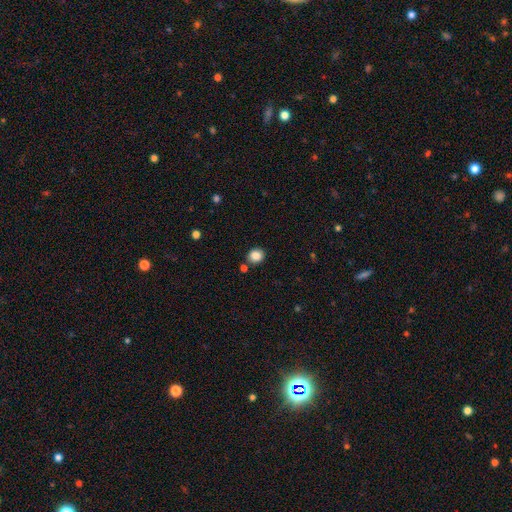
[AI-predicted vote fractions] A smooth galaxy with no disk features (85%) that is round (72%).

Vote fractions:
- Smooth or featured? smooth: 85% / star or artifact: 10% / featured or disk: 5%
- How rounded? round: 72% / in between: 27% / cigar-shaped: 1%
- Merging? none: 83% / minor disturbance: 9% / merger: 6% / major disturbance: 2%